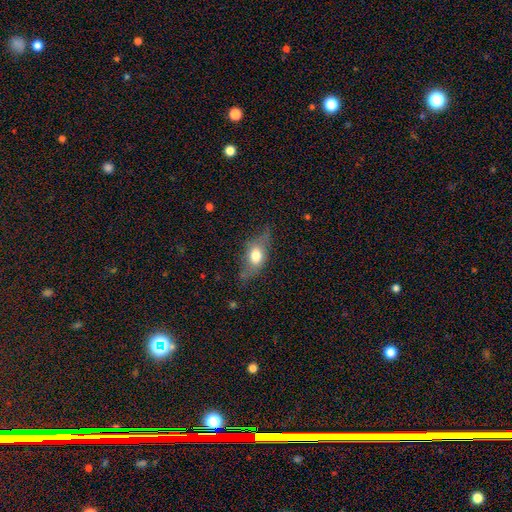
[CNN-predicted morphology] Smooth or featured: smooth — 61% (featured or disk — 31%)
How rounded: in between — 75% (cigar-shaped — 14%)
Merging: none — 60% (minor disturbance — 27%)